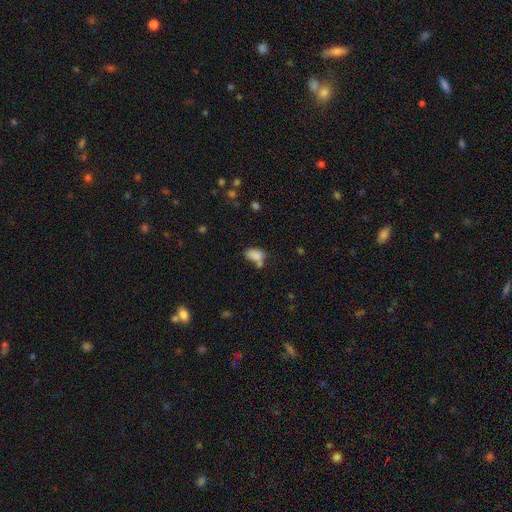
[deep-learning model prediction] smooth_or_featured: smooth (p=0.82) [alt: star or artifact p=0.10]
how_rounded: in between (p=0.88) [alt: round p=0.10]
merging: none (p=0.40) [alt: merger p=0.28]